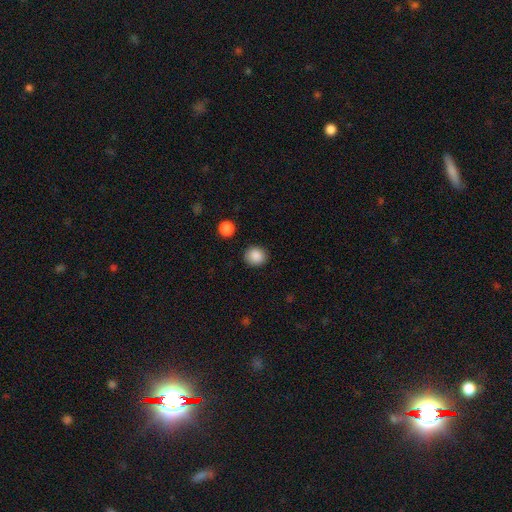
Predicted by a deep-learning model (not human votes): This is clearly a smooth galaxy (88%). How rounded: clearly round (83%). Merging: clearly none (89%).